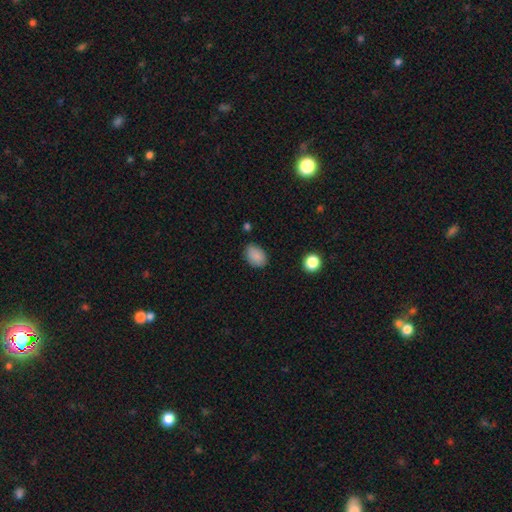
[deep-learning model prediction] A smooth galaxy with no disk features (87%) that is in between round and cigar-shaped (83%).

Vote fractions:
- Smooth or featured? smooth: 87% / star or artifact: 9% / featured or disk: 4%
- How rounded? in between: 83% / round: 16% / cigar-shaped: 1%
- Merging? none: 79% / minor disturbance: 16% / major disturbance: 3% / merger: 2%